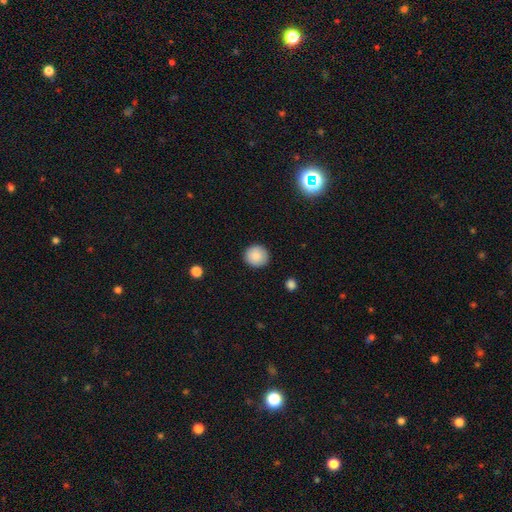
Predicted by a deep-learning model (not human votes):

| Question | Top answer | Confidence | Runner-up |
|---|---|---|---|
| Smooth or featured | smooth | 87% | star or artifact (8%) |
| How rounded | round | 92% | in between (7%) |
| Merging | none | 91% | minor disturbance (6%) |